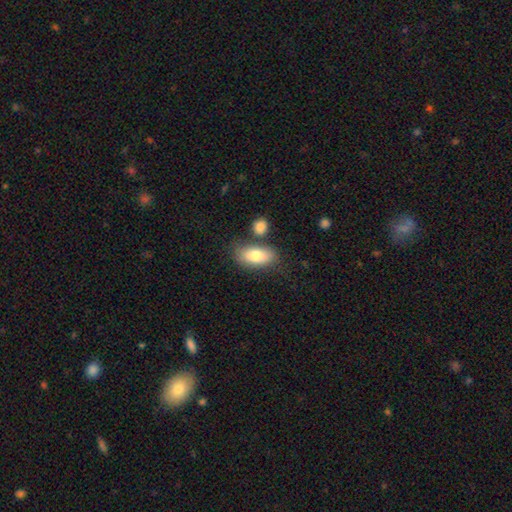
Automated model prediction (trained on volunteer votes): The model was most divided on "merging": none: 67%, minor disturbance: 15%, merger: 14%, major disturbance: 5%. More confident: how rounded — in between (90%); smooth or featured — smooth (80%).